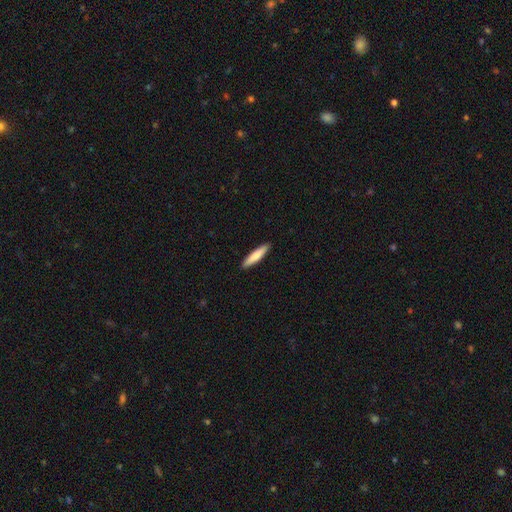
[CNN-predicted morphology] Overall: smooth (77%). How rounded: cigar-shaped (86%). Merging: none (91%).